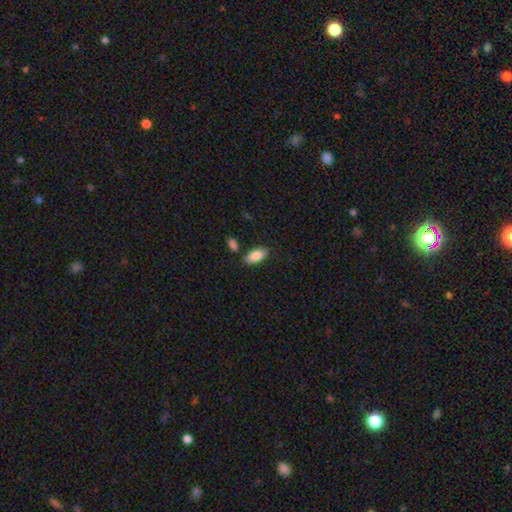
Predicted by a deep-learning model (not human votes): Smooth or featured? Predicted: smooth (p=0.88). How rounded? Predicted: in between (p=0.92). Merging? Predicted: none (p=0.80).